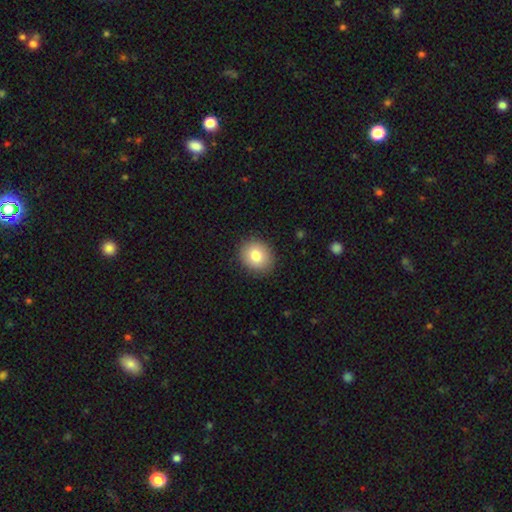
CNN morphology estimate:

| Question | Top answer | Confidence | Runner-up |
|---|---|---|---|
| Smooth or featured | smooth | 82% | featured or disk (10%) |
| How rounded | round | 68% | in between (31%) |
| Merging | none | 89% | minor disturbance (8%) |